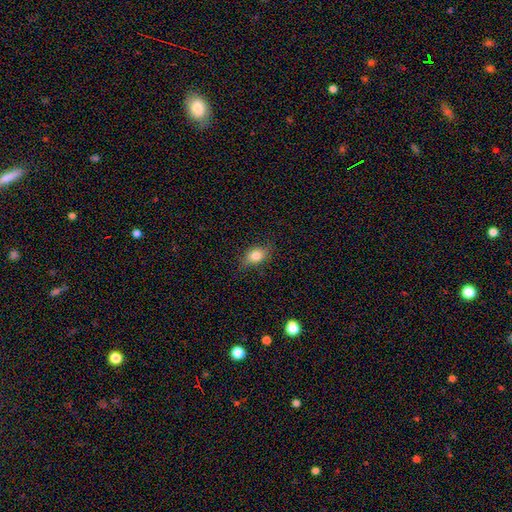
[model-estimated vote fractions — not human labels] The model was most divided on "how rounded": in between: 74%, round: 23%, cigar-shaped: 3%. More confident: smooth or featured — smooth (82%); merging — none (79%).